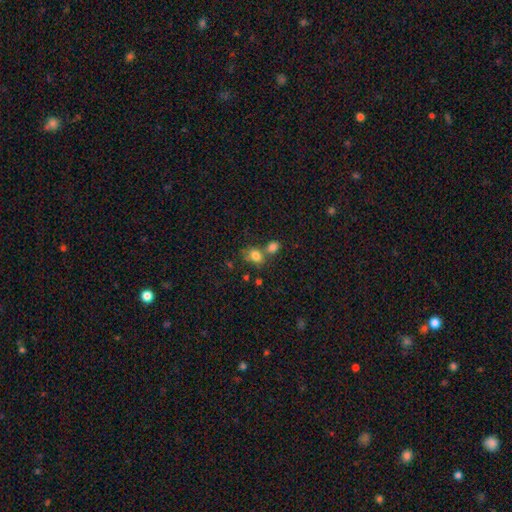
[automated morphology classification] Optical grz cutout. It shows a smooth galaxy with no disk features (80%) that is in between round and cigar-shaped (63%). Merging: none (42%).